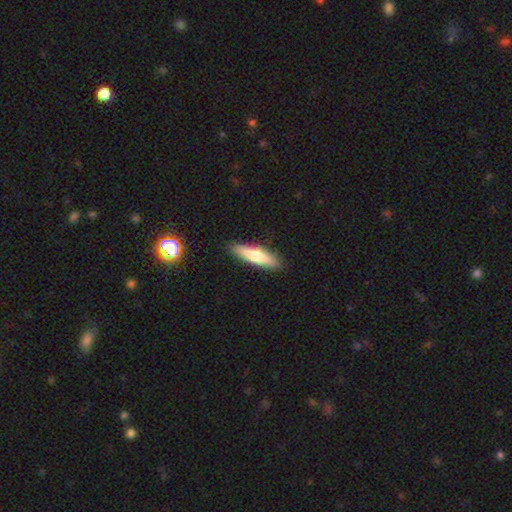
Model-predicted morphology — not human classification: The model was most divided on "smooth or featured": smooth: 67%, featured or disk: 28%, star or artifact: 6%. More confident: merging — none (89%); how rounded — cigar-shaped (70%).